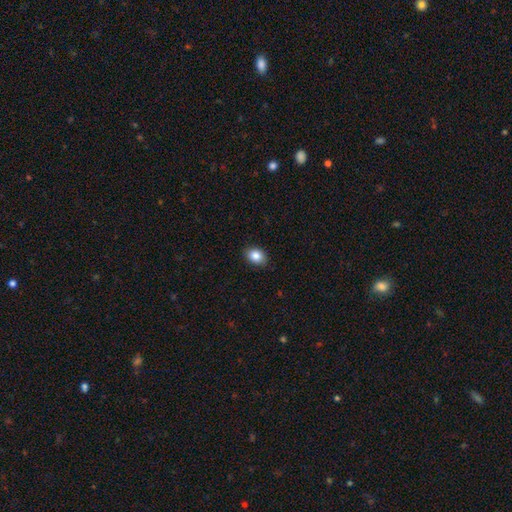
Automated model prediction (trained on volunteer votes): A smooth galaxy with no disk features (86%) that is in between round and cigar-shaped (67%).

Vote fractions:
- Smooth or featured? smooth: 86% / star or artifact: 9% / featured or disk: 6%
- How rounded? in between: 67% / round: 32% / cigar-shaped: 1%
- Merging? none: 88% / minor disturbance: 9% / major disturbance: 2% / merger: 1%